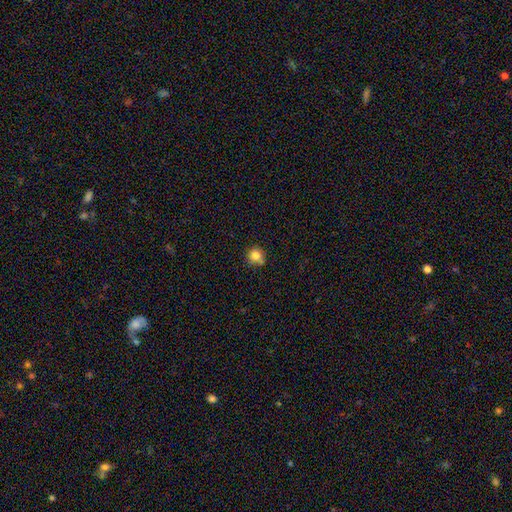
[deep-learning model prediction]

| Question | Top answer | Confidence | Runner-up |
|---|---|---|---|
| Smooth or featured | smooth | 81% | star or artifact (11%) |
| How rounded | round | 90% | in between (9%) |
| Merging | none | 68% | minor disturbance (18%) |